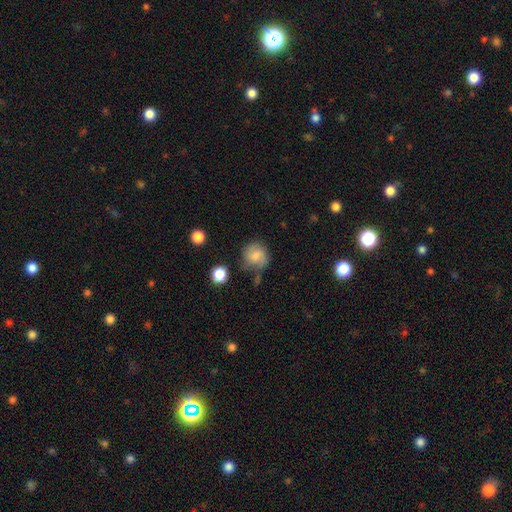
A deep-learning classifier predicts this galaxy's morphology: The model was most divided on "merging": none: 58%, minor disturbance: 24%, major disturbance: 11%, merger: 6%. More confident: how rounded — round (81%); smooth or featured — smooth (64%).